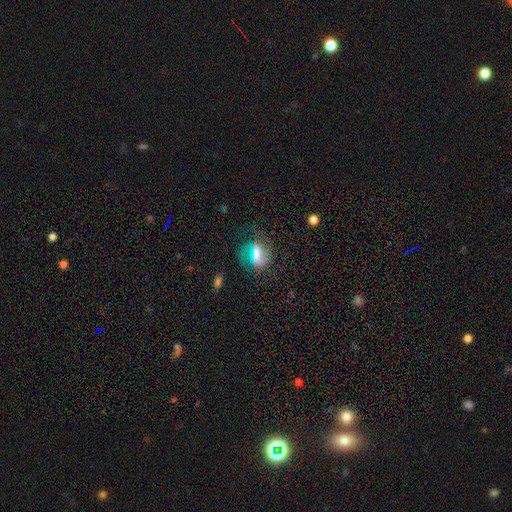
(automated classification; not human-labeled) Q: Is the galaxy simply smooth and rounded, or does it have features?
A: featured or disk — 52%.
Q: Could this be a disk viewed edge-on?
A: no — 89%.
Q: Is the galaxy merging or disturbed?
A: none — 59%.